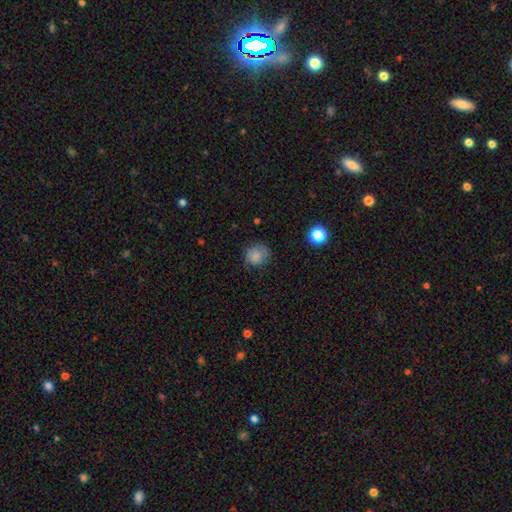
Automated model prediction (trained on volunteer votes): smooth-or-featured: smooth: 82% | star or artifact: 11% | featured or disk: 7%
  how-rounded: round: 77% | in between: 22% | cigar-shaped: 1%
  merging: none: 71% | minor disturbance: 22% | major disturbance: 6% | merger: 1%